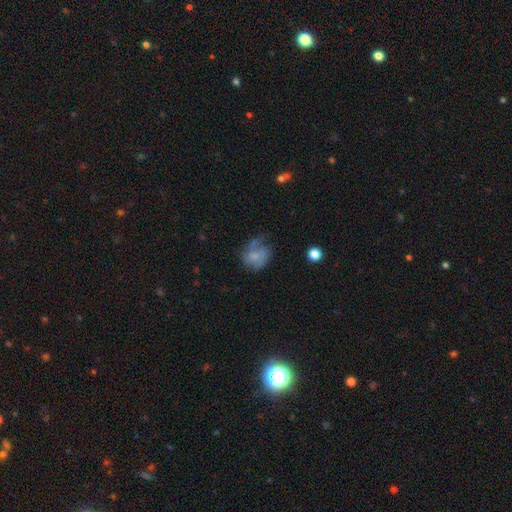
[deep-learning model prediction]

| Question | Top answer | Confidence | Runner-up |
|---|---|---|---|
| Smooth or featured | smooth | 54% | featured or disk (36%) |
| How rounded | round | 56% | in between (43%) |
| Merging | none | 37% | minor disturbance (30%) |